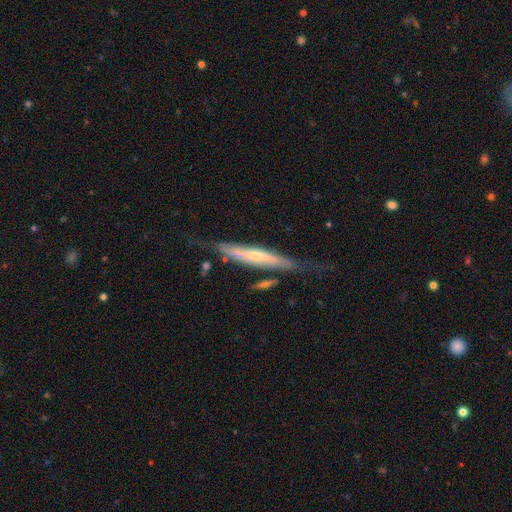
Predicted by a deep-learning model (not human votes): The model was most divided on "edge-on bulge": rounded: 52%, none: 38%, boxy: 9%. More confident: edge-on disk — yes (75%); smooth or featured — featured or disk (69%); merging — none (59%).